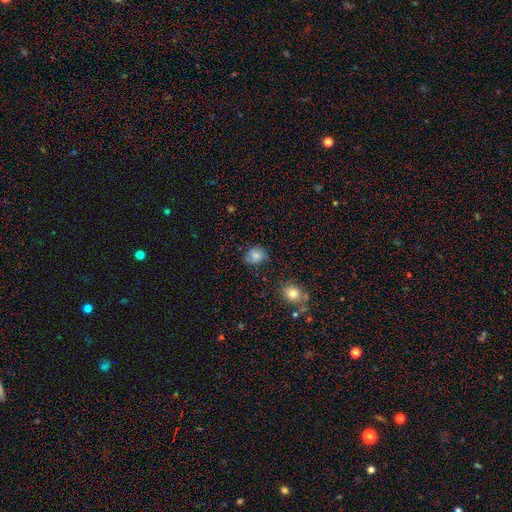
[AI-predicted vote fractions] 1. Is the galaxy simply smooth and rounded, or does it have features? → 79% smooth, 11% star or artifact, 10% featured or disk.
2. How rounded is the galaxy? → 63% round, 36% in between, 1% cigar-shaped.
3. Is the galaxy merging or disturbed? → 72% none, 21% minor disturbance, 5% major disturbance, 2% merger.